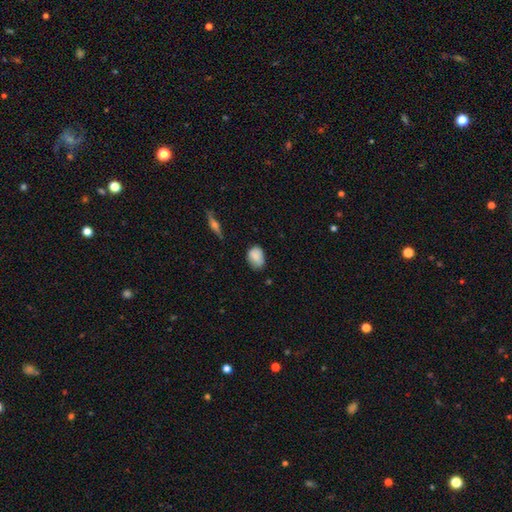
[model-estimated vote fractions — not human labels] This is clearly a smooth galaxy (83%). How rounded: likely in between (72%). Merging: likely none (64%).